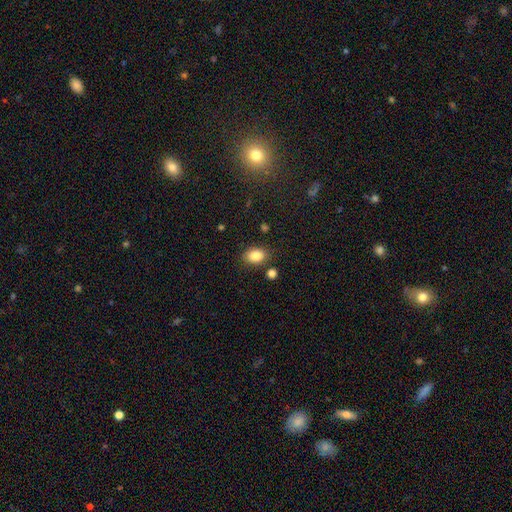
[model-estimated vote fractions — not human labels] A smooth galaxy with no disk features (85%) that is in between round and cigar-shaped (77%).

Vote fractions:
- Smooth or featured? smooth: 85% / star or artifact: 9% / featured or disk: 6%
- How rounded? in between: 77% / round: 22% / cigar-shaped: 1%
- Merging? none: 80% / minor disturbance: 12% / merger: 5% / major disturbance: 3%